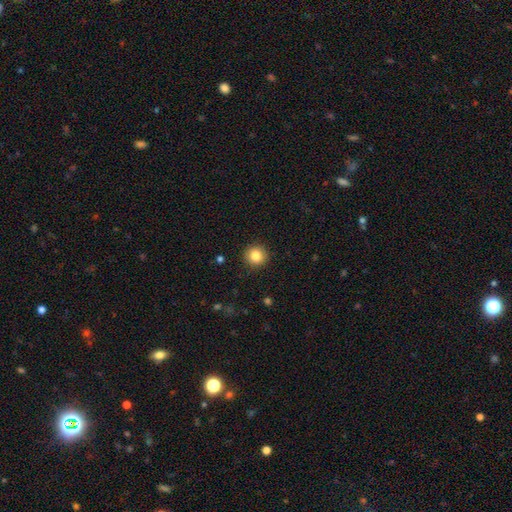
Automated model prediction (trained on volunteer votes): A smooth galaxy with no disk features (83%) that is round (95%).

Vote fractions:
- Smooth or featured? smooth: 83% / star or artifact: 10% / featured or disk: 7%
- How rounded? round: 95% / in between: 4% / cigar-shaped: 1%
- Merging? none: 92% / minor disturbance: 5% / major disturbance: 2% / merger: 1%